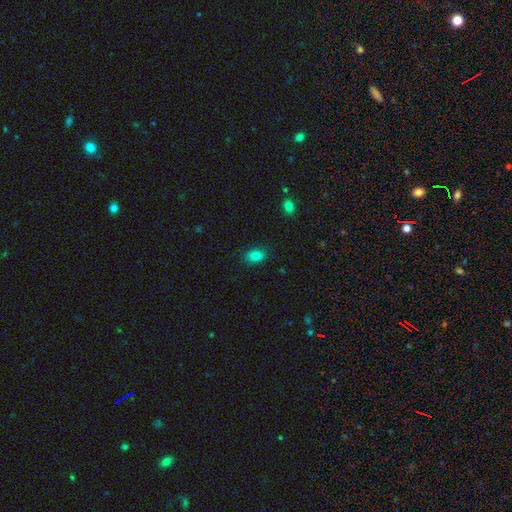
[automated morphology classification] The model was most divided on "how rounded": in between: 83%, round: 16%, cigar-shaped: 2%. More confident: merging — none (85%); smooth or featured — smooth (84%).